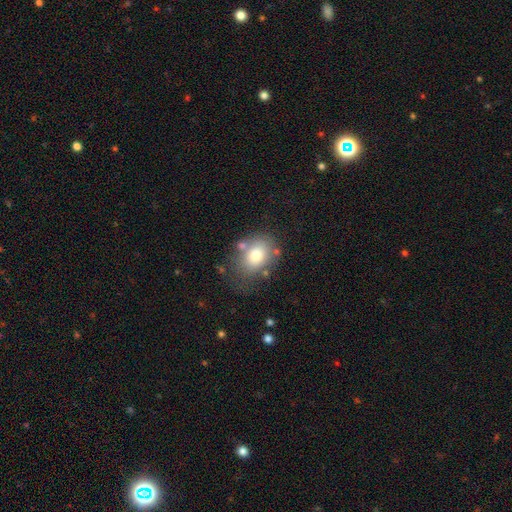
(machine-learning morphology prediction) Q: Smooth or featured?
A: smooth (76%); runner-up: featured or disk (15%)
Q: How rounded?
A: in between (68%); runner-up: round (31%)
Q: Merging?
A: none (61%); runner-up: minor disturbance (20%)